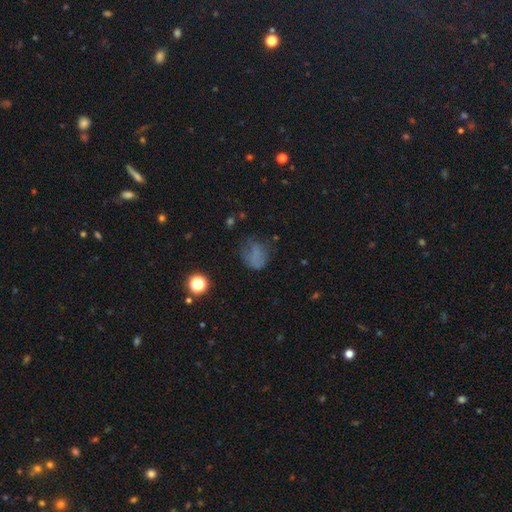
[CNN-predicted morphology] type=smooth (60%); roundness=round (55%); merging=none (48%).